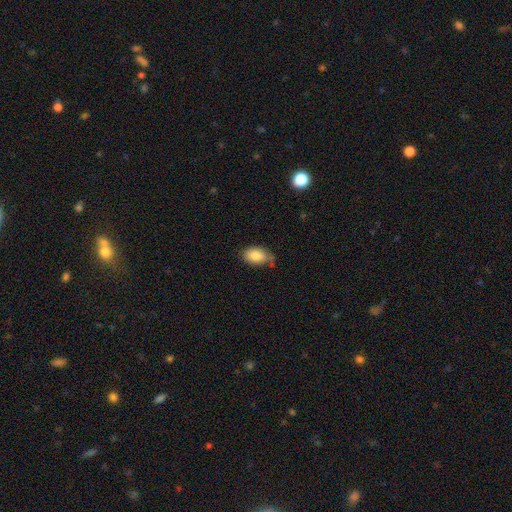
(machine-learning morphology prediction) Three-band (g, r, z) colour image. It shows a smooth galaxy with no disk features (84%) that is in between round and cigar-shaped (89%). Merging: none (61%).